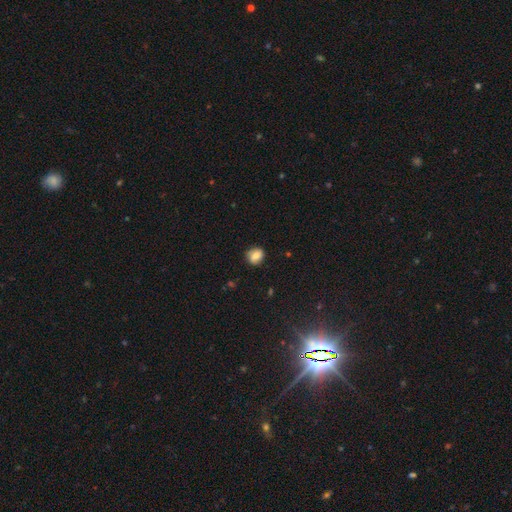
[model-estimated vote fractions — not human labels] The model was most divided on "how rounded": round: 68%, in between: 31%, cigar-shaped: 1%. More confident: merging — none (77%); smooth or featured — smooth (71%).